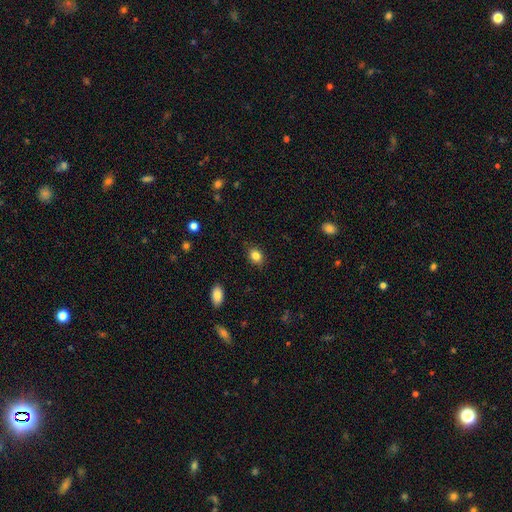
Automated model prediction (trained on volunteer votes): A smooth galaxy with no disk features (84%) that is in between round and cigar-shaped (62%). Merging: none (87%).